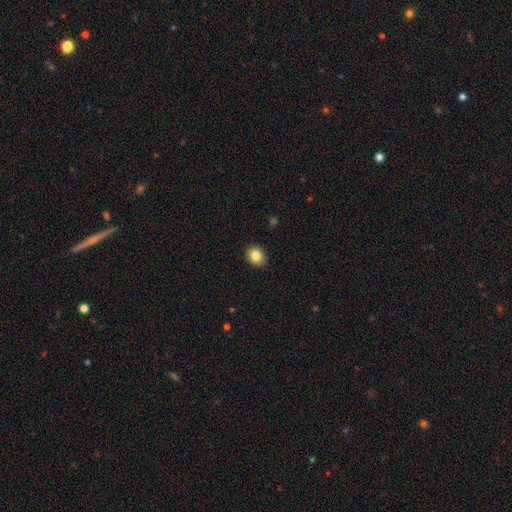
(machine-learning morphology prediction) Smooth or featured? Predicted: smooth (p=0.84). How rounded? Predicted: in between (p=0.54). Merging? Predicted: none (p=0.90).